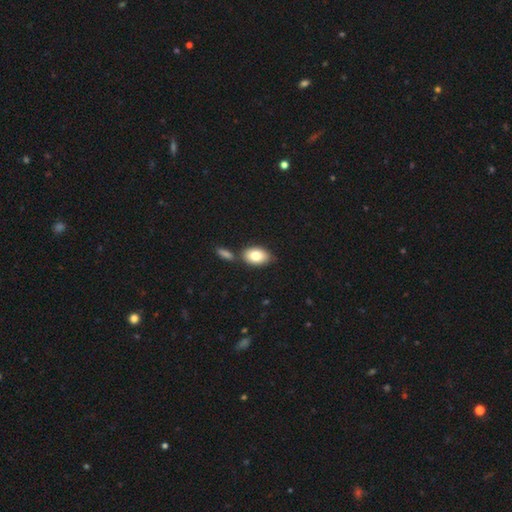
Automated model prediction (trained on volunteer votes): Smooth or featured: smooth — 81% (featured or disk — 12%)
How rounded: in between — 87% (round — 11%)
Merging: none — 68% (merger — 17%)